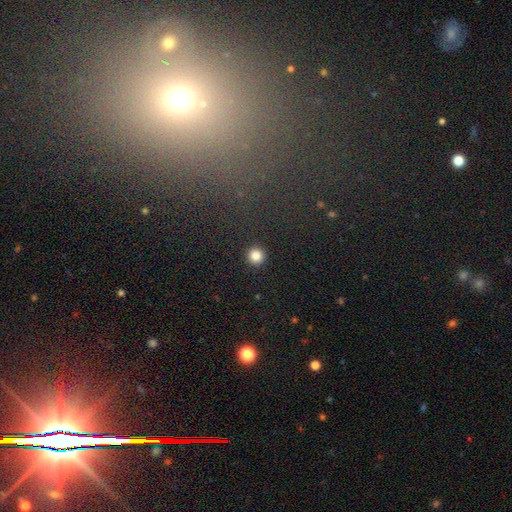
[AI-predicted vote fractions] Smooth or featured? Predicted: smooth (p=0.85). How rounded? Predicted: round (p=0.96). Merging? Predicted: none (p=0.93).